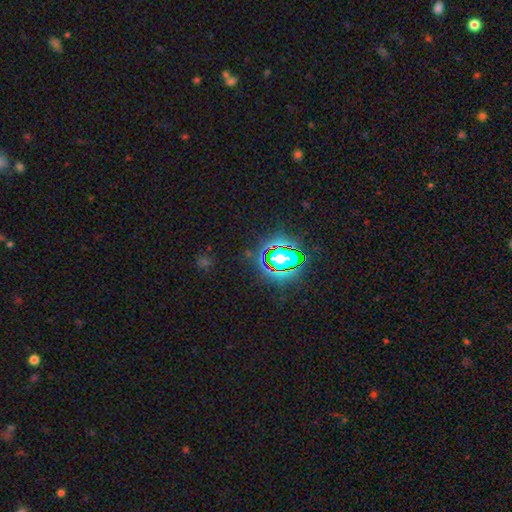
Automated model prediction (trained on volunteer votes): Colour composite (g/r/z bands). It shows a star or artifact, not a galaxy (81%).